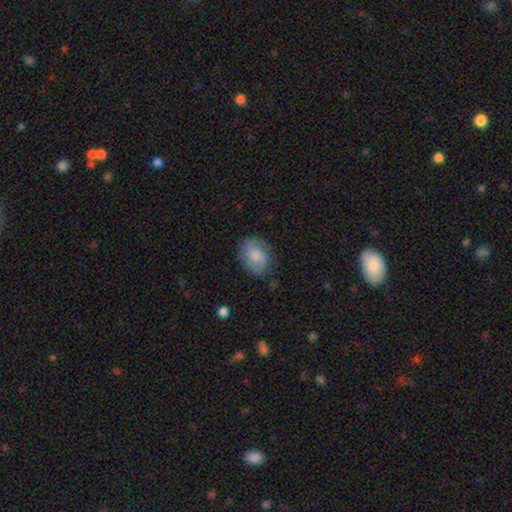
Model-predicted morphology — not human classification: A smooth galaxy with no disk features (71%) that is in between round and cigar-shaped (60%). Merging: none (70%).